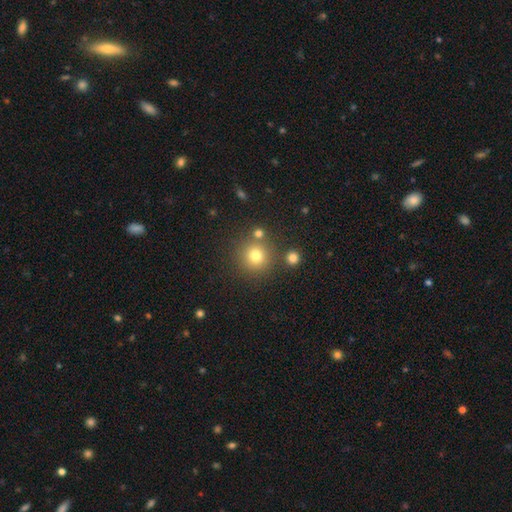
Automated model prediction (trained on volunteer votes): Overall: smooth (77%). How rounded: round (93%). Merging: none (80%).